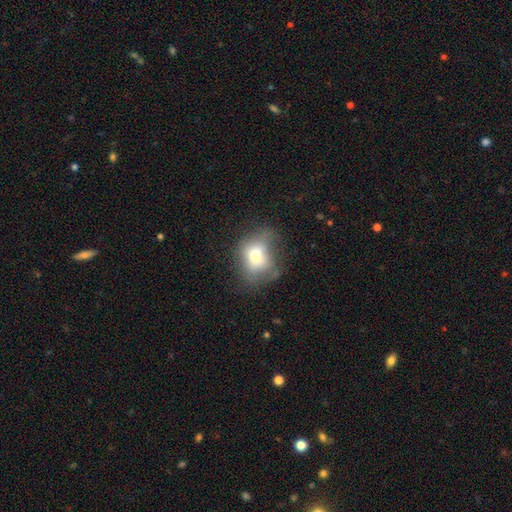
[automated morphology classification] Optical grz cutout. It shows a smooth galaxy with no disk features (66%) that is round (50%). Merging: none (43%).